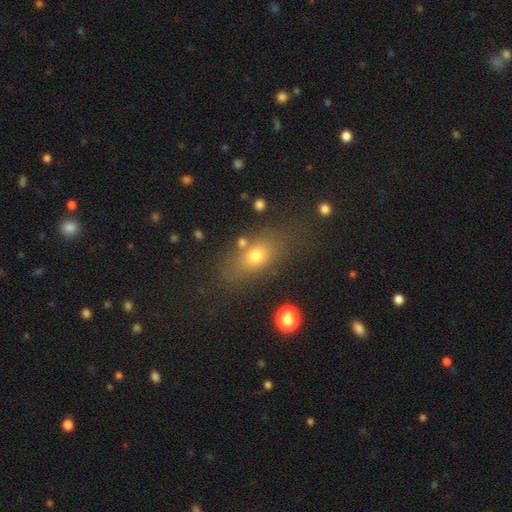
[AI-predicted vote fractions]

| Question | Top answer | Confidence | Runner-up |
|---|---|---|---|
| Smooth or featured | smooth | 69% | featured or disk (16%) |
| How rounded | in between | 70% | round (22%) |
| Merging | none | 71% | minor disturbance (15%) |